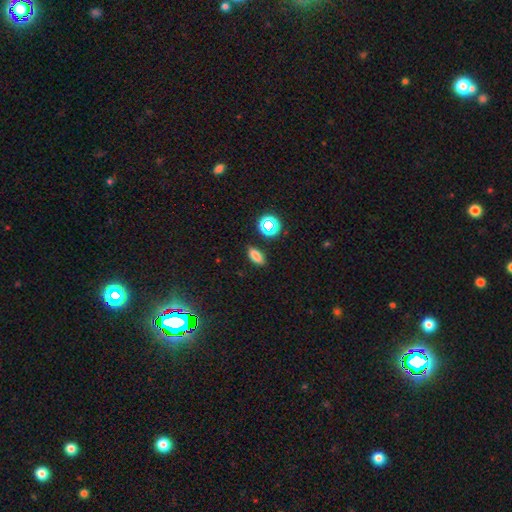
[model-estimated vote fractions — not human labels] Smooth or featured: smooth — 77% (star or artifact — 16%)
How rounded: in between — 81% (cigar-shaped — 12%)
Merging: none — 87% (minor disturbance — 9%)